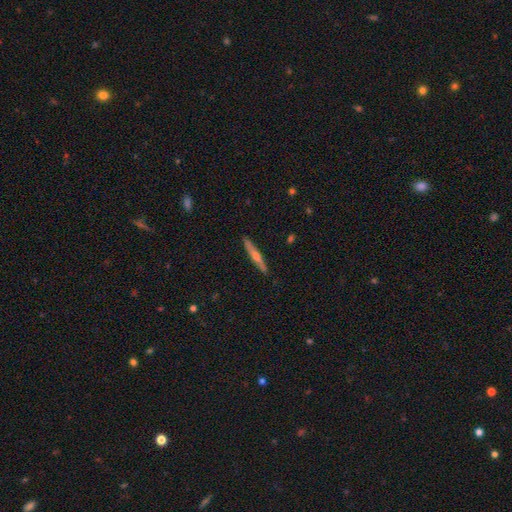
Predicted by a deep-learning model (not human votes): A featured or disk galaxy (67%) viewed edge-on (97%) with a rounded central bulge (83%). Merging: none (90%).